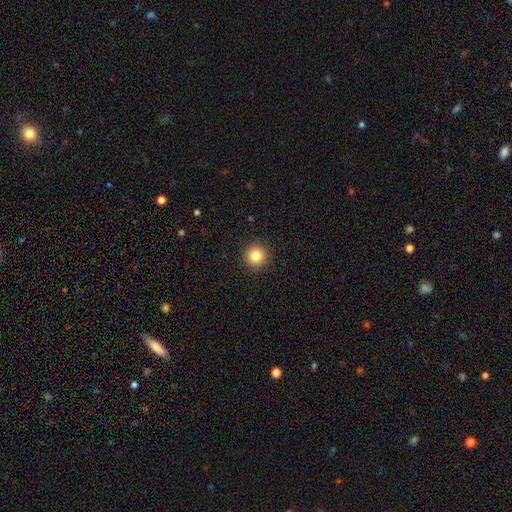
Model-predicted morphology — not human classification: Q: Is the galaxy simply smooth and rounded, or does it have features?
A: smooth — 83%.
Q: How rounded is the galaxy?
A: round — 95%.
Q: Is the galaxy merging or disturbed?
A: none — 93%.